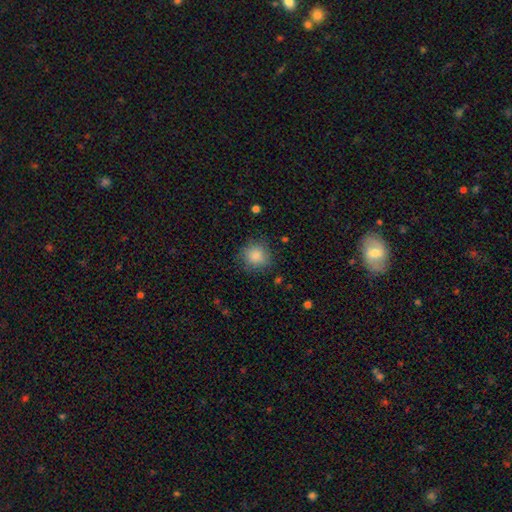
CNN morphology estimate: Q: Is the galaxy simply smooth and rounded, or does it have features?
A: smooth — 87%.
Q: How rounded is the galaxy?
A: round — 90%.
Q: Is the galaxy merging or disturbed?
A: none — 82%.